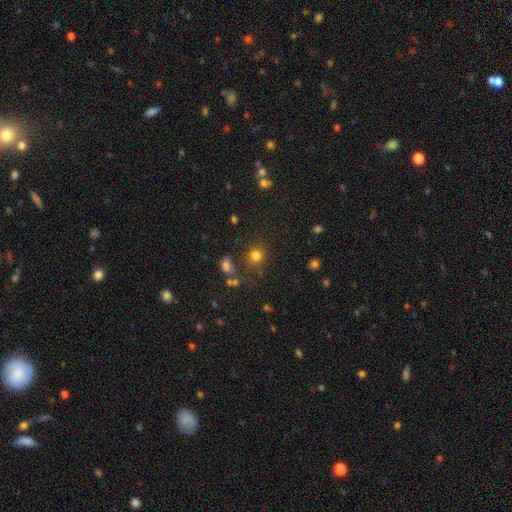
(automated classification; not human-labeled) smooth_or_featured: smooth (p=0.78) [alt: star or artifact p=0.16]
how_rounded: round (p=0.87) [alt: in between p=0.12]
merging: none (p=0.79) [alt: minor disturbance p=0.10]